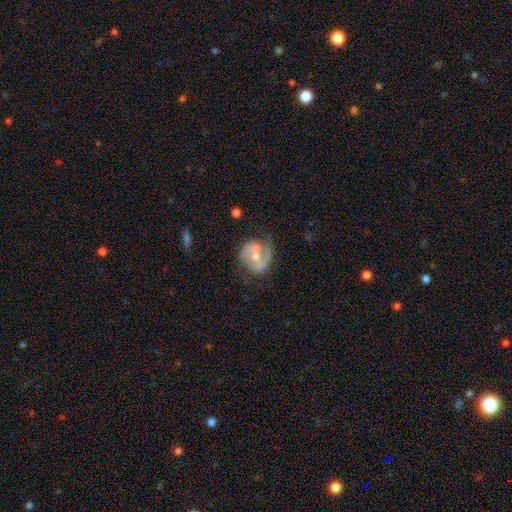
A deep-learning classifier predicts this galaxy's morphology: A featured or disk galaxy (74%) with no bar (48%), 2 (76%) medium (49%) spiral arms (84%) and a moderate central bulge (59%).

Vote fractions:
- Smooth or featured? featured or disk: 74% / smooth: 19% / star or artifact: 6%
- Edge-on disk? no: 97% / yes: 3%
- Bar? no: 48% / weak: 39% / strong: 13%
- Spiral arms? yes: 84% / no: 16%
- Spiral winding? medium: 49% / loose: 27% / tight: 25%
- Spiral arm count? 2: 76% / 1: 11% / can't tell: 9% / 3: 2% / 4: 1% / more than 4: 1%
- Bulge size? moderate: 59% / small: 36% / large: 3% / none: 2% / dominant: 1%
- Merging? none: 50% / minor disturbance: 21% / merger: 17% / major disturbance: 11%